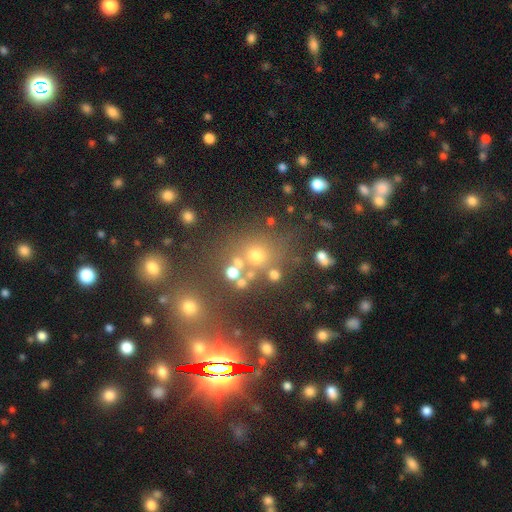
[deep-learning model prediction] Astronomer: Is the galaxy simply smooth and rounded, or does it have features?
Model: star or artifact — 52% (runner-up: smooth, 36%).